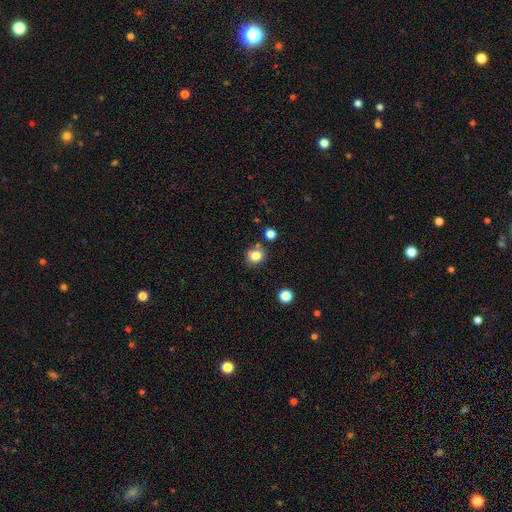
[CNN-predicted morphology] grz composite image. It shows a smooth galaxy with no disk features (80%) that is round (79%). Merging: none (72%).